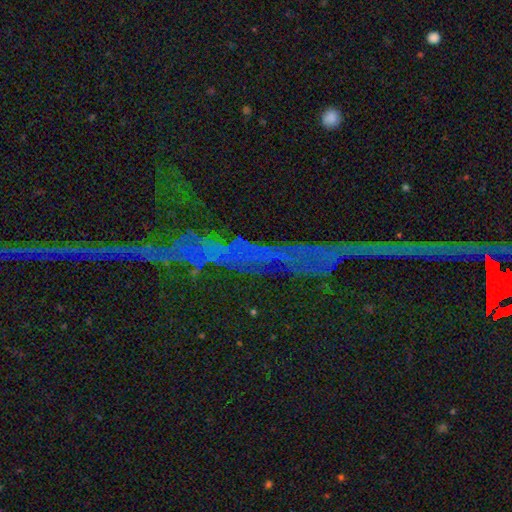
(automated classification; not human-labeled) This appears to be a star or artifact, not a galaxy (78%).